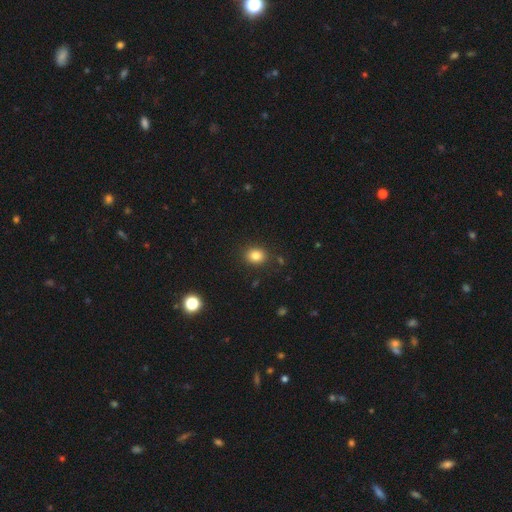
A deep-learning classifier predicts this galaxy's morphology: type=smooth (83%); roundness=round (61%); merging=none (87%).